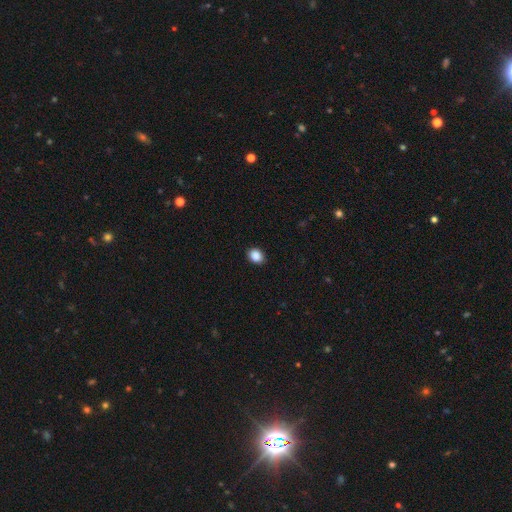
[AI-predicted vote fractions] Smooth or featured?
  - smooth: 89% *
  - star or artifact: 9%
  - featured or disk: 3%
How rounded?
  - in between: 53% *
  - round: 46%
  - cigar-shaped: 1%
Merging?
  - none: 89% *
  - minor disturbance: 8%
  - major disturbance: 2%
  - merger: 1%